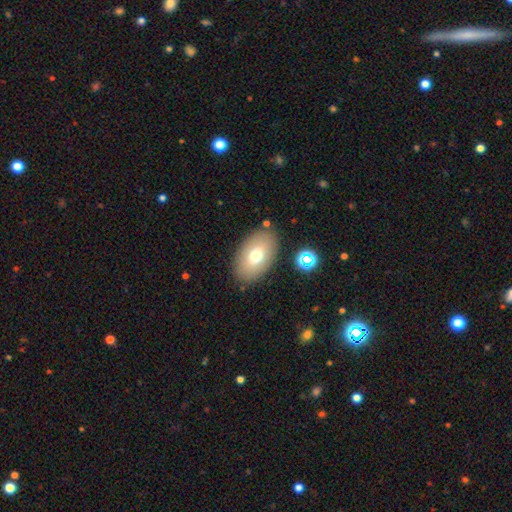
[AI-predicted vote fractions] Q: Smooth or featured?
A: smooth (71%); runner-up: featured or disk (20%)
Q: How rounded?
A: in between (91%); runner-up: round (7%)
Q: Merging?
A: none (84%); runner-up: minor disturbance (10%)